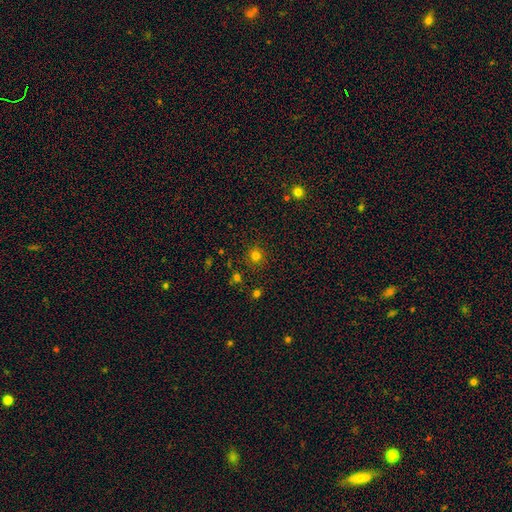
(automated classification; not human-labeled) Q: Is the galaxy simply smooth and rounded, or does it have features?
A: smooth — 77%.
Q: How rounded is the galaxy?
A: round — 92%.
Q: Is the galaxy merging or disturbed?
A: none — 88%.